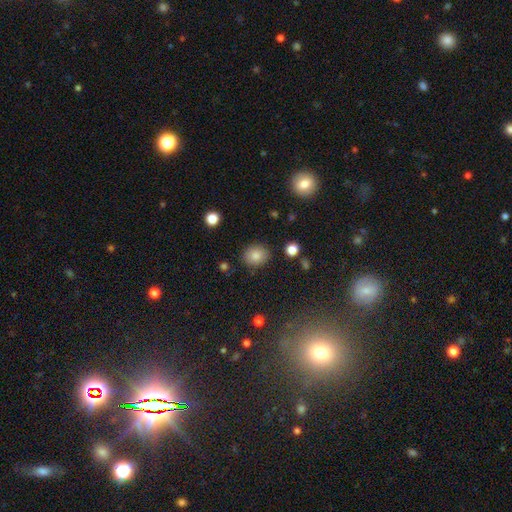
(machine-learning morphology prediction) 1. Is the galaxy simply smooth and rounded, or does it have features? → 83% smooth, 10% star or artifact, 7% featured or disk.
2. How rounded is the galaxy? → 63% round, 36% in between, 1% cigar-shaped.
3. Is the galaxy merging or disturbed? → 86% none, 9% minor disturbance, 3% major disturbance, 2% merger.